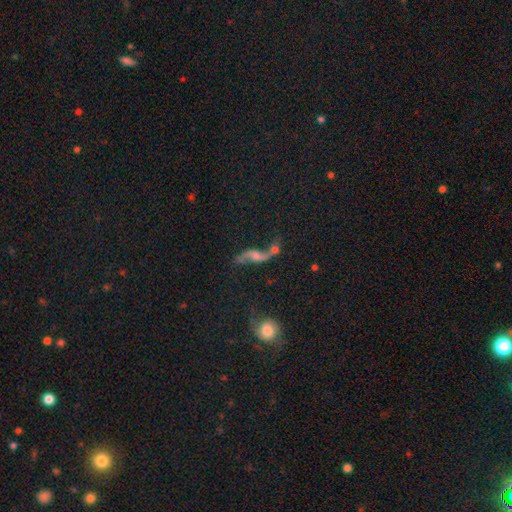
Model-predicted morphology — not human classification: featured or disk 76%, smooth 12%, star or artifact 11%. Down the decision tree: edge-on disk — no (90%); bar — no (56%); spiral arms — yes (90%); spiral arm count — 2 (91%); spiral winding — loose (91%); bulge size — small (38%); merging — none (46%).